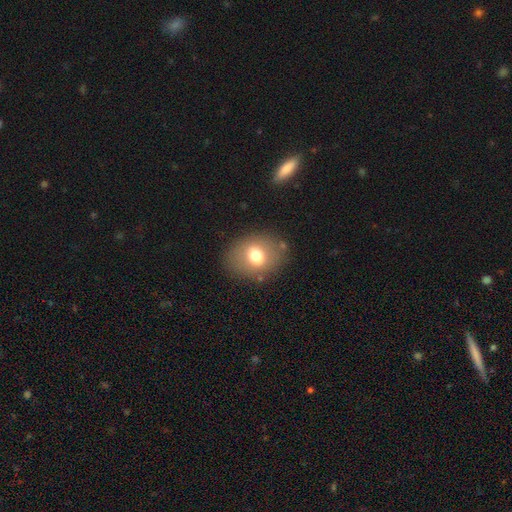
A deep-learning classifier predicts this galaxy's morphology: Overall: smooth (70%). How rounded: in between (50%; round 49%). Merging: none (81%).